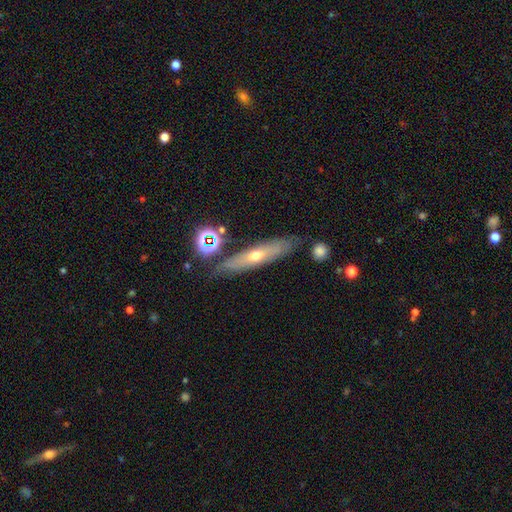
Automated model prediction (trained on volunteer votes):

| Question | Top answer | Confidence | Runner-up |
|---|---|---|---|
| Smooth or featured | featured or disk | 52% | smooth (38%) |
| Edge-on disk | yes | 66% | no (34%) |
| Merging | none | 77% | minor disturbance (15%) |